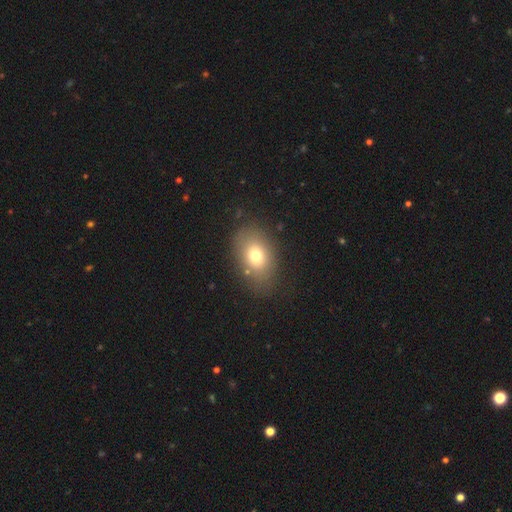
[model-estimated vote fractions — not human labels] A smooth galaxy with no disk features (73%) that is in between round and cigar-shaped (76%).

Vote fractions:
- Smooth or featured? smooth: 73% / featured or disk: 16% / star or artifact: 11%
- How rounded? in between: 76% / round: 23% / cigar-shaped: 1%
- Merging? none: 77% / minor disturbance: 14% / major disturbance: 6% / merger: 3%